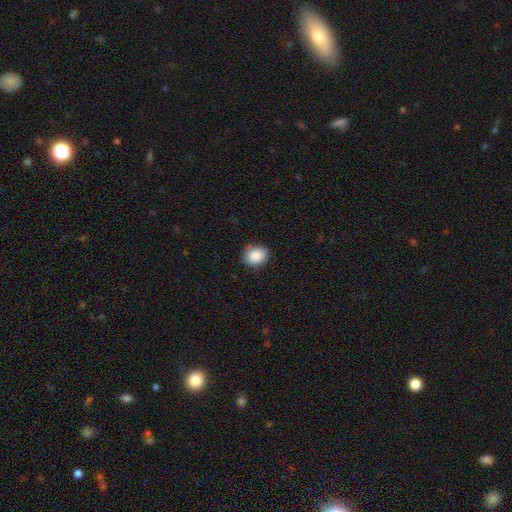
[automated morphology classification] Smooth or featured? smooth (87%)
How rounded? round (58%)
Merging? none (84%)